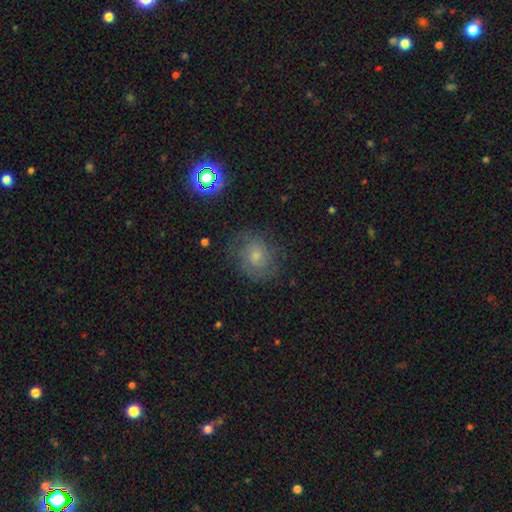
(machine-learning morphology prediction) This appears to be a featured or disk galaxy (42%). Merging: none (73%).